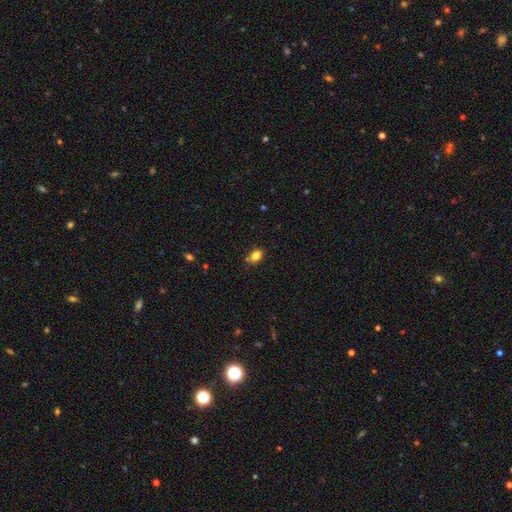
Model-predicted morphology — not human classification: type=smooth (83%); roundness=in between (76%); merging=none (76%).